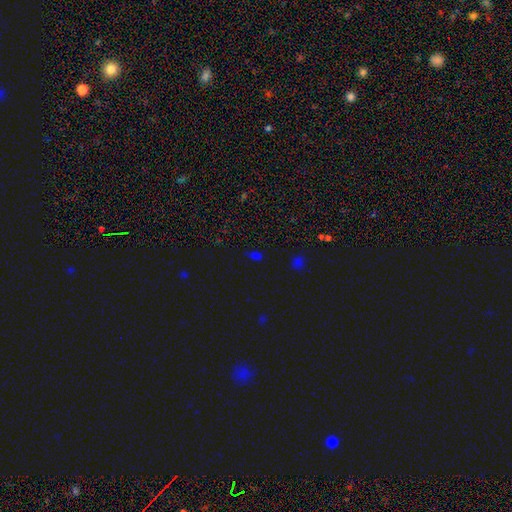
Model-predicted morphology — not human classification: Smooth or featured?
  - smooth: 48% *
  - star or artifact: 46%
  - featured or disk: 6%
Merging?
  - none: 76% *
  - minor disturbance: 14%
  - major disturbance: 5%
  - merger: 4%